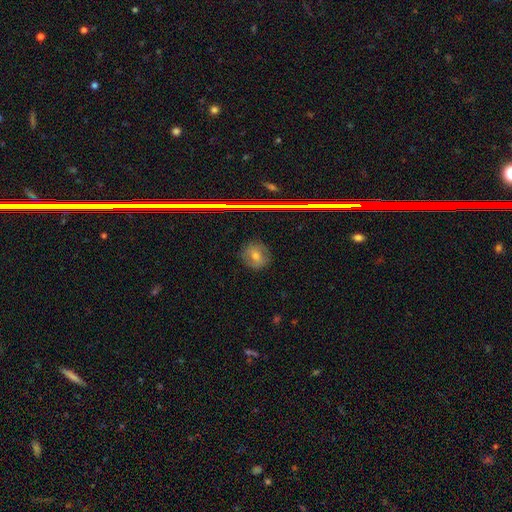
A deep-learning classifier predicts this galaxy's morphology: Smooth or featured? Predicted: smooth (p=0.50). How rounded? Predicted: round (p=0.75). Merging? Predicted: none (p=0.84).